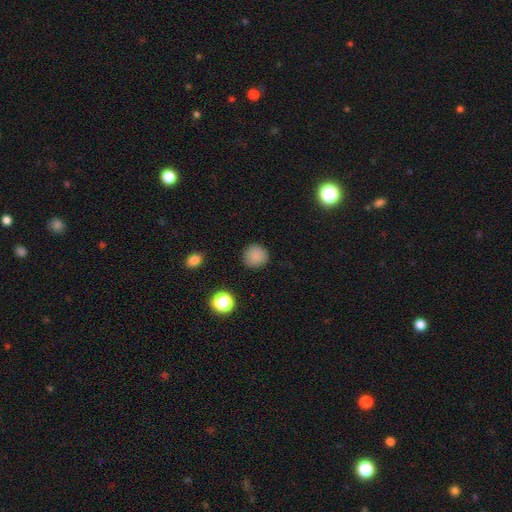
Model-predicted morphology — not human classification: This is clearly a smooth galaxy (85%). How rounded: clearly round (92%). Merging: clearly none (89%).